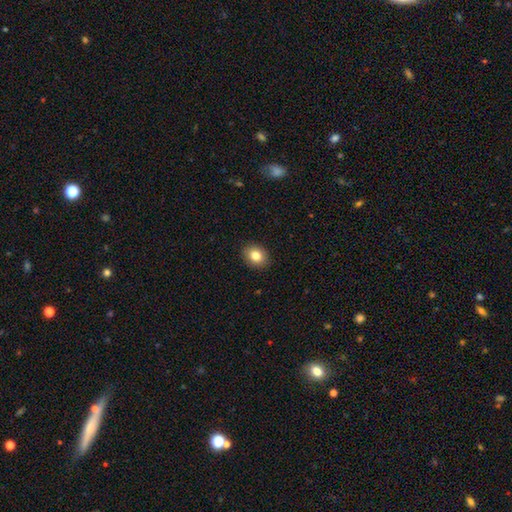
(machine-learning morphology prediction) Overall: smooth (82%). How rounded: in between (53%; round 46%). Merging: none (91%).